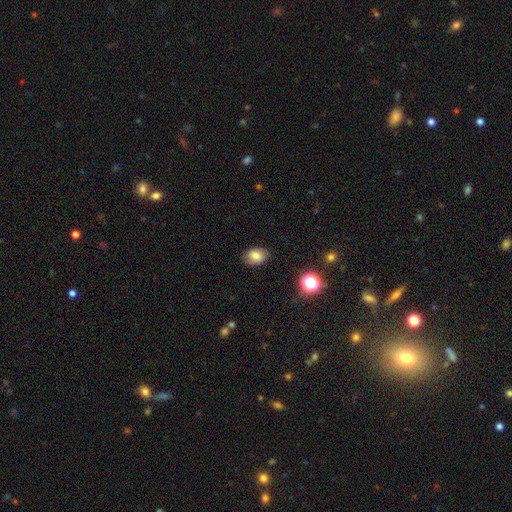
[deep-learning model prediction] The model was most divided on "how rounded": in between: 80%, round: 19%, cigar-shaped: 1%. More confident: merging — none (81%); smooth or featured — smooth (77%).